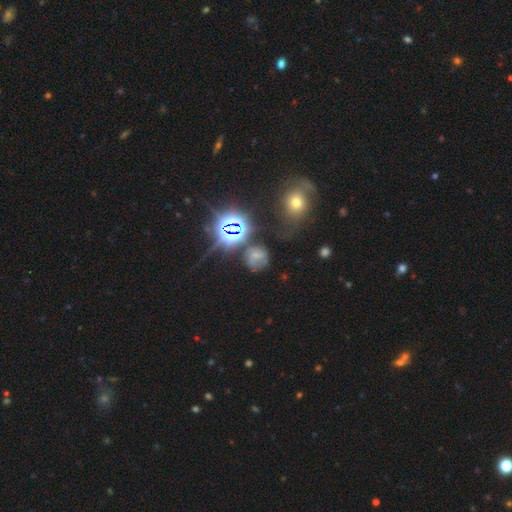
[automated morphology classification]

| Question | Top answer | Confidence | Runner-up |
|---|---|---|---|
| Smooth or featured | smooth | 40% | star or artifact (35%) |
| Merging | none | 58% | minor disturbance (20%) |